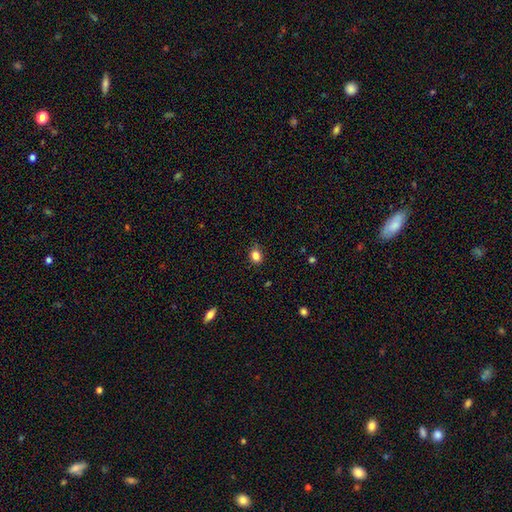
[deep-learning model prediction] smooth-or-featured: smooth: 83% | star or artifact: 11% | featured or disk: 5%
  how-rounded: in between: 52% | round: 47% | cigar-shaped: 1%
  merging: none: 81% | minor disturbance: 16% | major disturbance: 3% | merger: 1%